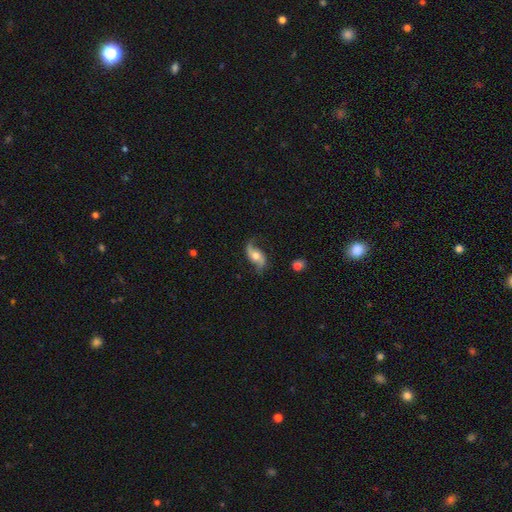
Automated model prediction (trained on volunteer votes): A featured or disk galaxy (78%) with no bar (61%), 2 (92%) loose (82%) spiral arms (94%) and a moderate central bulge (68%).

Vote fractions:
- Smooth or featured? featured or disk: 78% / smooth: 16% / star or artifact: 6%
- Edge-on disk? no: 93% / yes: 7%
- Bar? no: 61% / weak: 28% / strong: 12%
- Spiral arms? yes: 94% / no: 6%
- Spiral winding? loose: 82% / medium: 14% / tight: 4%
- Spiral arm count? 2: 92% / 1: 3% / can't tell: 2% / 3: 1% / 4: 1% / more than 4: 1%
- Bulge size? moderate: 68% / small: 18% / large: 11% / none: 2% / dominant: 2%
- Merging? none: 72% / minor disturbance: 18% / major disturbance: 8% / merger: 2%